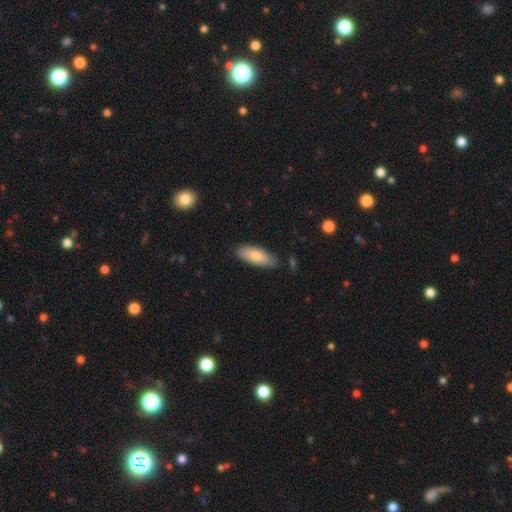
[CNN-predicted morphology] A smooth galaxy with no disk features (78%) that is in between round and cigar-shaped (75%). Merging: none (83%).